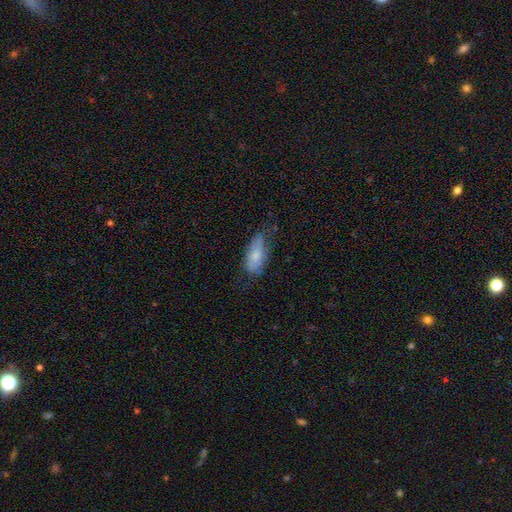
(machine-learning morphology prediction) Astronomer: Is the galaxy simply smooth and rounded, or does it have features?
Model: smooth — 72%.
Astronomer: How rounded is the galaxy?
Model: in between — 82%.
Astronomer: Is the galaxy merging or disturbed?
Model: none — 50% (runner-up: minor disturbance, 35%).